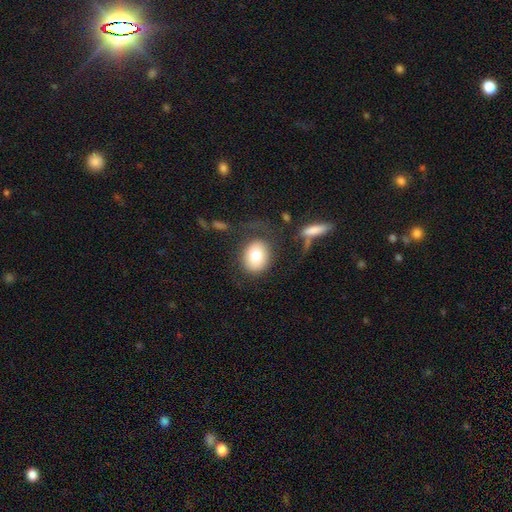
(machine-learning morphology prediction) The model was most divided on "how rounded": round: 51%, in between: 48%, cigar-shaped: 1%. More confident: smooth or featured — smooth (78%); merging — none (67%).